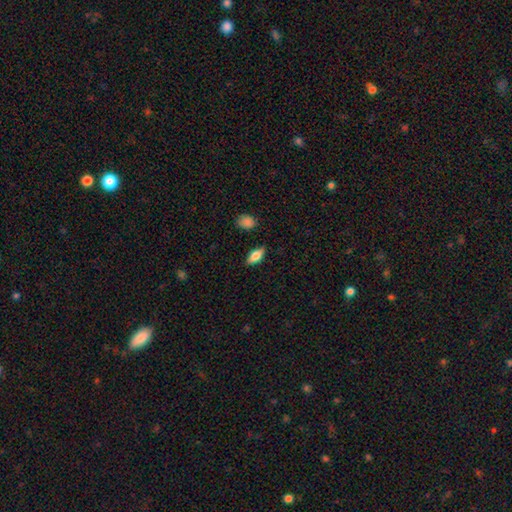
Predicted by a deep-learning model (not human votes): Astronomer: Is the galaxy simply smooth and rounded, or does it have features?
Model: smooth — 72%.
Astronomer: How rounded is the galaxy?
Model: in between — 84%.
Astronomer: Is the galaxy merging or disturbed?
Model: none — 85%.